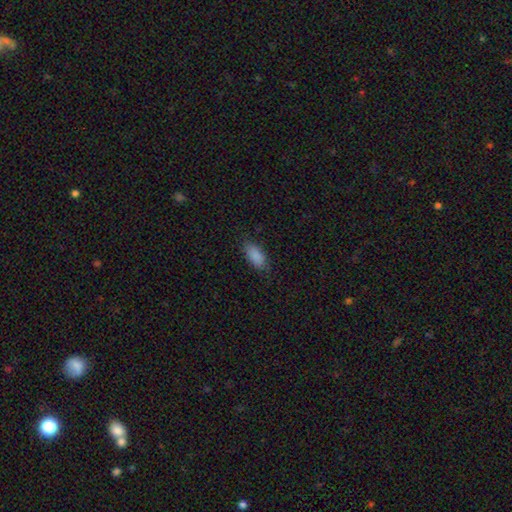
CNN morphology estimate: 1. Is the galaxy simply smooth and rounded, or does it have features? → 87% smooth, 8% star or artifact, 5% featured or disk.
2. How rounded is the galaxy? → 90% in between, 8% cigar-shaped, 3% round.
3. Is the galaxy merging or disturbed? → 78% none, 17% minor disturbance, 4% major disturbance, 1% merger.